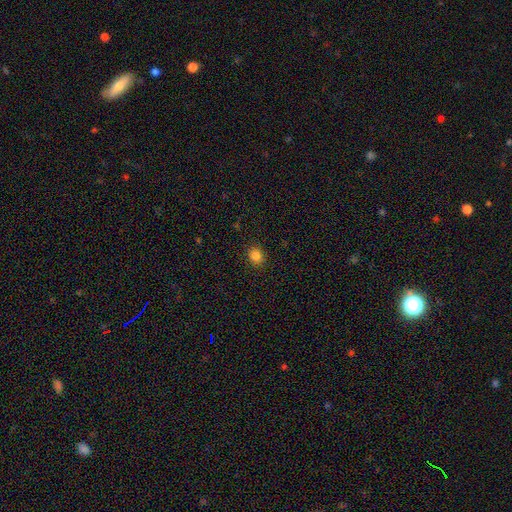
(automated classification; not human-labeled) Smooth or featured? Predicted: smooth (p=0.84). How rounded? Predicted: round (p=0.73). Merging? Predicted: none (p=0.90).